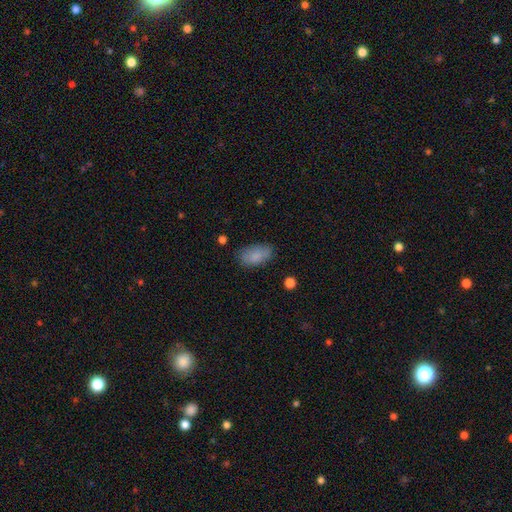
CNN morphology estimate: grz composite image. It shows a smooth galaxy with no disk features (84%) that is in between round and cigar-shaped (93%). Merging: none (74%).